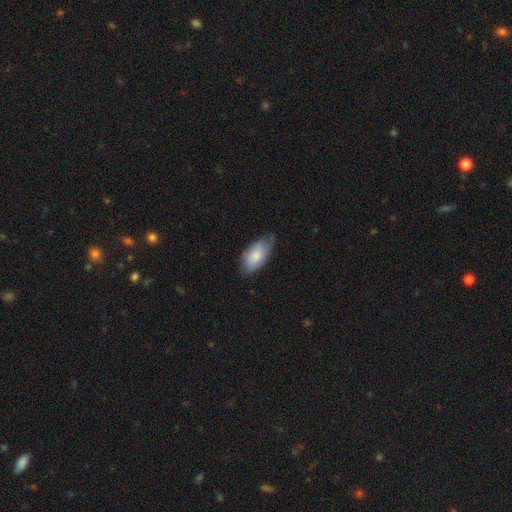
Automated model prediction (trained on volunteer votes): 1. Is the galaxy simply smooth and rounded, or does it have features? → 80% smooth, 14% featured or disk, 5% star or artifact.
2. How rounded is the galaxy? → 93% in between, 4% cigar-shaped, 2% round.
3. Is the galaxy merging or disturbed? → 63% none, 31% minor disturbance, 5% major disturbance, 1% merger.